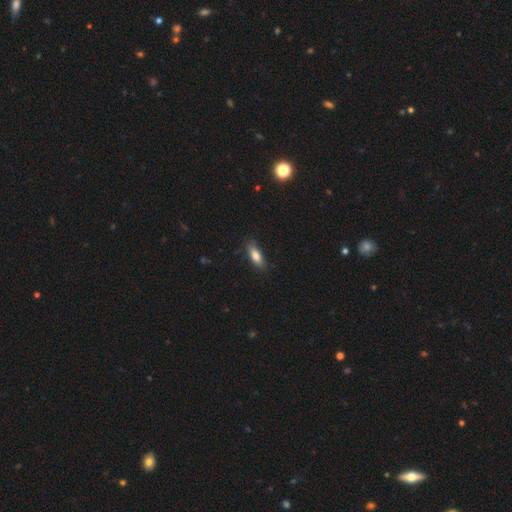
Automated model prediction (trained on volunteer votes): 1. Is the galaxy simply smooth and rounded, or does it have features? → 78% smooth, 15% featured or disk, 7% star or artifact.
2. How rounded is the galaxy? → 68% in between, 30% cigar-shaped, 2% round.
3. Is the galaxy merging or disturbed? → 81% none, 15% minor disturbance, 3% major disturbance, 1% merger.